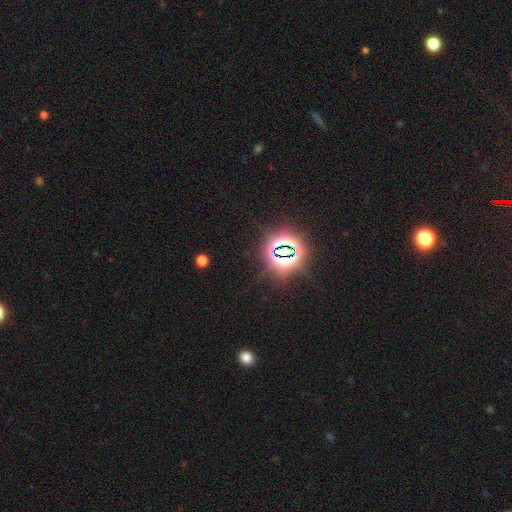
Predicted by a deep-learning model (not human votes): A star or artifact, not a galaxy (83%).

Vote fractions:
- Smooth or featured? star or artifact: 83% / smooth: 11% / featured or disk: 6%